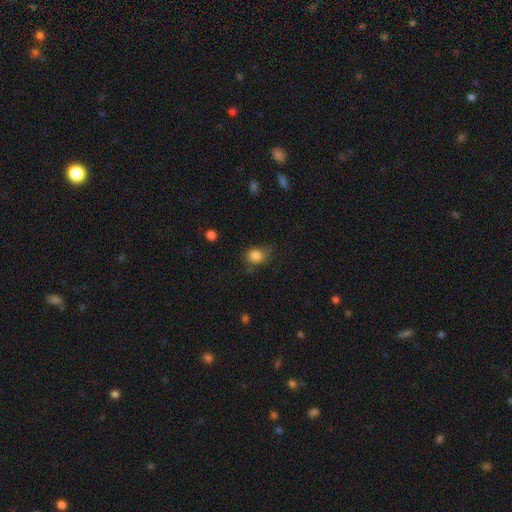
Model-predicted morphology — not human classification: type=smooth (83%); roundness=round (56%); merging=none (59%).